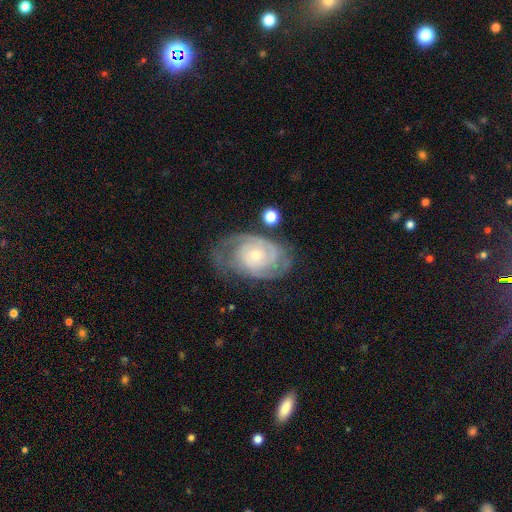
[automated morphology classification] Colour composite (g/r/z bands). It shows a featured or disk galaxy (85%) with no bar (74%), 2 (41%) tight (67%) spiral arms (95%) and a small central bulge (58%). Merging: none (63%).